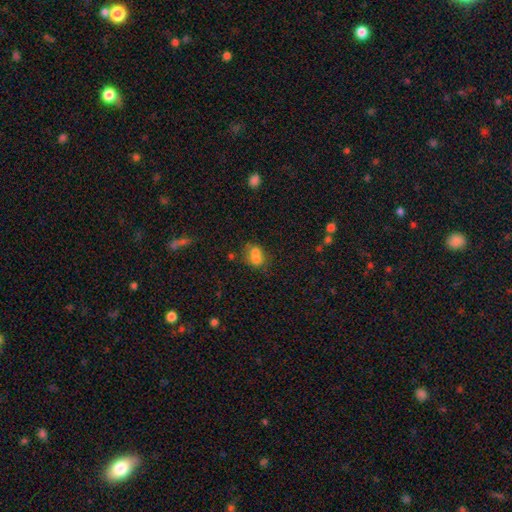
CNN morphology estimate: smooth_or_featured: smooth (p=0.70) [alt: featured or disk p=0.17]
how_rounded: in between (p=0.56) [alt: round p=0.42]
merging: merger (p=0.52) [alt: none p=0.31]